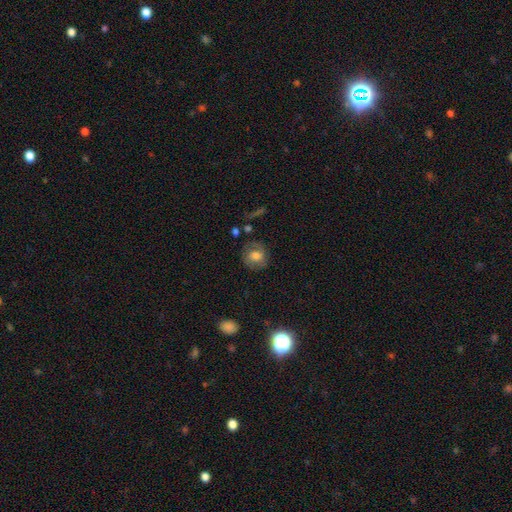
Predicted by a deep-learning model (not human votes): A featured or disk galaxy (49%).

Vote fractions:
- Smooth or featured? featured or disk: 49% / smooth: 41% / star or artifact: 10%
- Merging? none: 73% / minor disturbance: 17% / major disturbance: 8% / merger: 3%